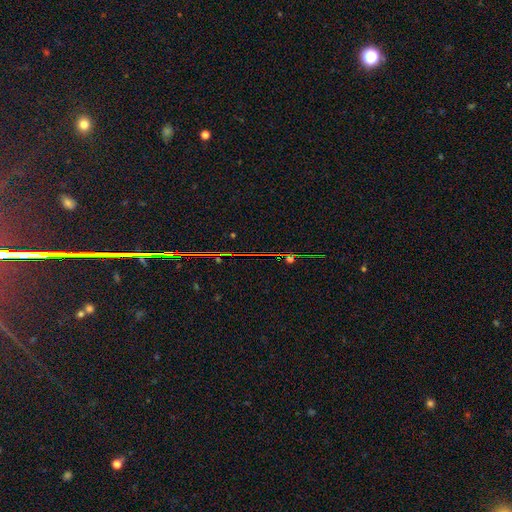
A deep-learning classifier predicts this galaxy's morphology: Smooth or featured: star or artifact — 85% (smooth — 8%)